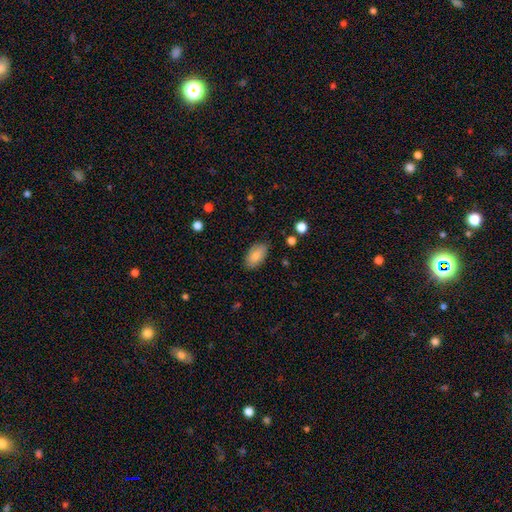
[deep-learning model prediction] Smooth or featured? Predicted: smooth (p=0.85). How rounded? Predicted: in between (p=0.94). Merging? Predicted: none (p=0.85).